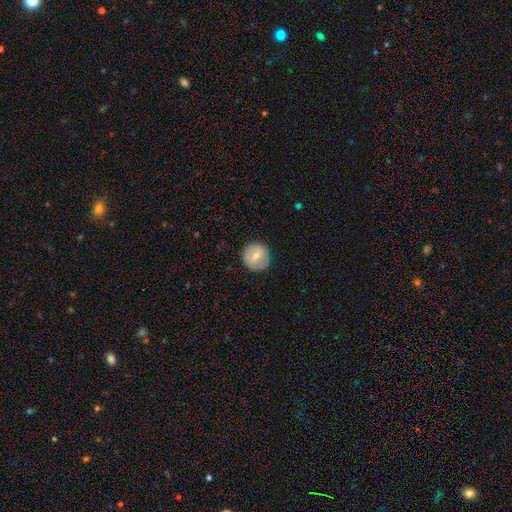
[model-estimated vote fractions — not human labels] A smooth galaxy with no disk features (61%) that is round (94%).

Vote fractions:
- Smooth or featured? smooth: 61% / featured or disk: 32% / star or artifact: 7%
- How rounded? round: 94% / in between: 5% / cigar-shaped: 1%
- Merging? none: 86% / minor disturbance: 11% / major disturbance: 2% / merger: 1%